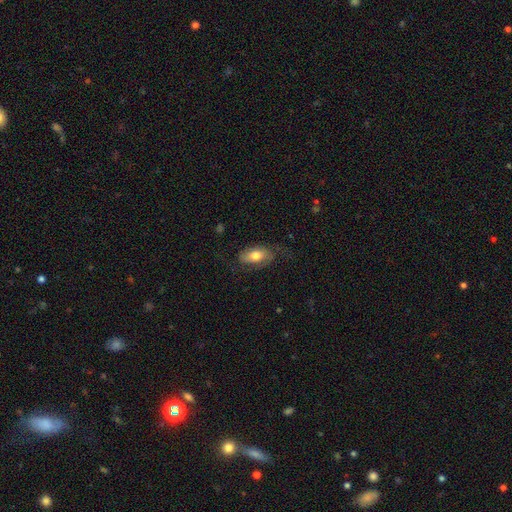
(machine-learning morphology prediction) Smooth or featured?
  - smooth: 54% *
  - featured or disk: 39%
  - star or artifact: 7%
How rounded?
  - in between: 89% *
  - cigar-shaped: 6%
  - round: 5%
Merging?
  - none: 58% *
  - minor disturbance: 22%
  - major disturbance: 18%
  - merger: 2%